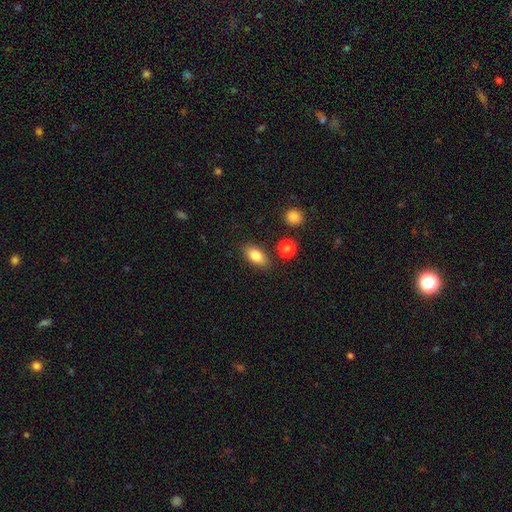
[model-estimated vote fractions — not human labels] Smooth or featured?
  - smooth: 82% *
  - featured or disk: 10%
  - star or artifact: 8%
How rounded?
  - in between: 87% *
  - round: 7%
  - cigar-shaped: 6%
Merging?
  - none: 83% *
  - minor disturbance: 11%
  - merger: 3%
  - major disturbance: 3%